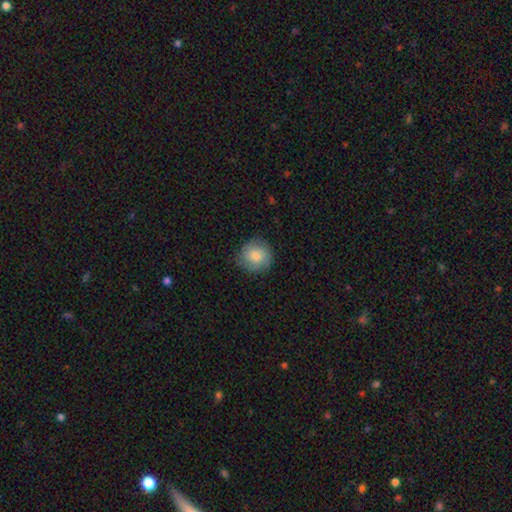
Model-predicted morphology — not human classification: A smooth galaxy with no disk features (75%) that is round (91%). Merging: none (81%).